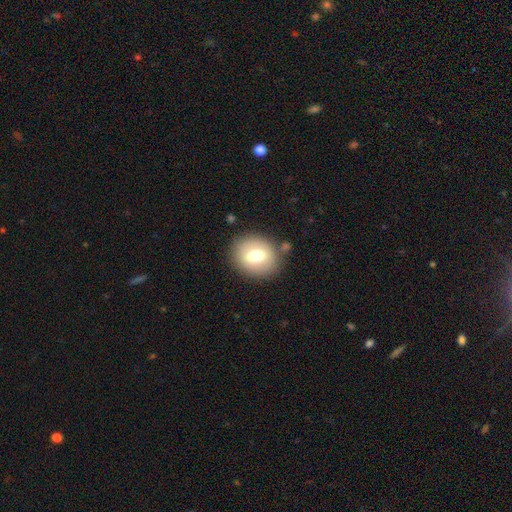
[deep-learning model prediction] Smooth or featured?
  - smooth: 67% *
  - featured or disk: 25%
  - star or artifact: 8%
How rounded?
  - round: 64% *
  - in between: 35%
  - cigar-shaped: 1%
Merging?
  - none: 82% *
  - minor disturbance: 11%
  - major disturbance: 4%
  - merger: 4%